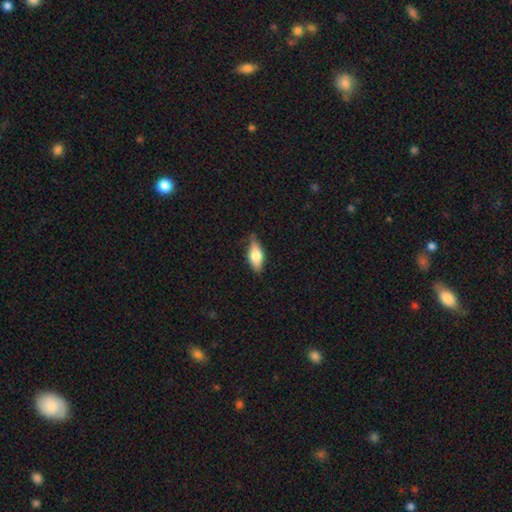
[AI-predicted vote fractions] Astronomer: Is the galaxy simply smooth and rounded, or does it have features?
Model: smooth — 65%.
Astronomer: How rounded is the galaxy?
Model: in between — 79%.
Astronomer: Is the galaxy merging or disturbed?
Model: none — 75%.